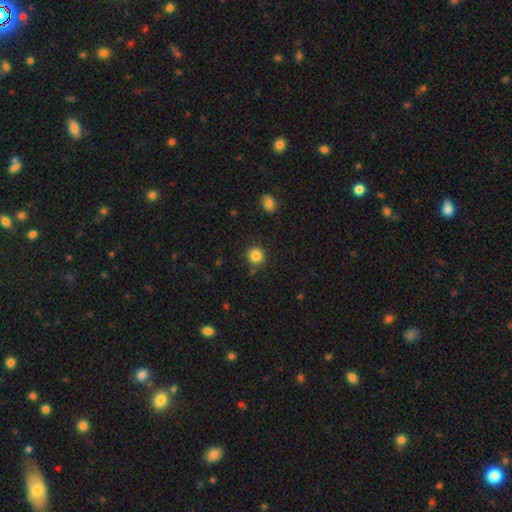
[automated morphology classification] type=smooth (85%); roundness=round (92%); merging=none (85%).